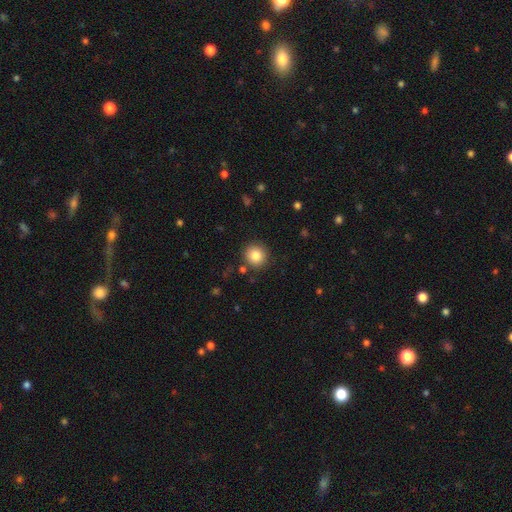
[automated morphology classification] A smooth galaxy with no disk features (83%) that is round (92%).

Vote fractions:
- Smooth or featured? smooth: 83% / star or artifact: 10% / featured or disk: 7%
- How rounded? round: 92% / in between: 8% / cigar-shaped: 1%
- Merging? none: 88% / minor disturbance: 7% / merger: 3% / major disturbance: 2%